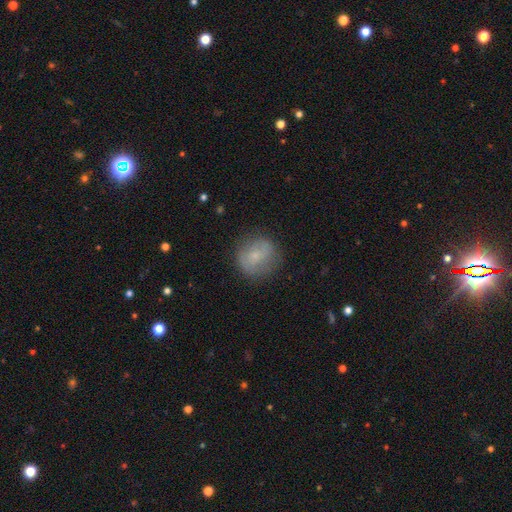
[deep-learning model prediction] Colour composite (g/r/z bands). It shows a smooth galaxy with no disk features (63%) that is round (82%). Merging: none (75%).